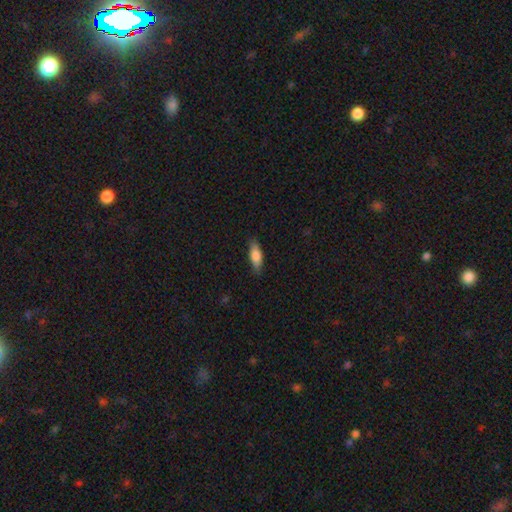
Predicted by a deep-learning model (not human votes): Overall: smooth (78%). How rounded: in between (61%; cigar-shaped 36%). Merging: none (82%).